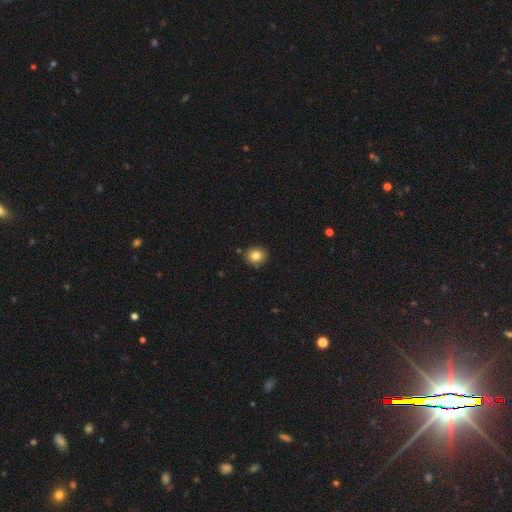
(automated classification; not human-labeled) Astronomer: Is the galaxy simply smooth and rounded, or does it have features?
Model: smooth — 82%.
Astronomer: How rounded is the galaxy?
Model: round — 87%.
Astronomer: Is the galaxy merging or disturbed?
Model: none — 88%.